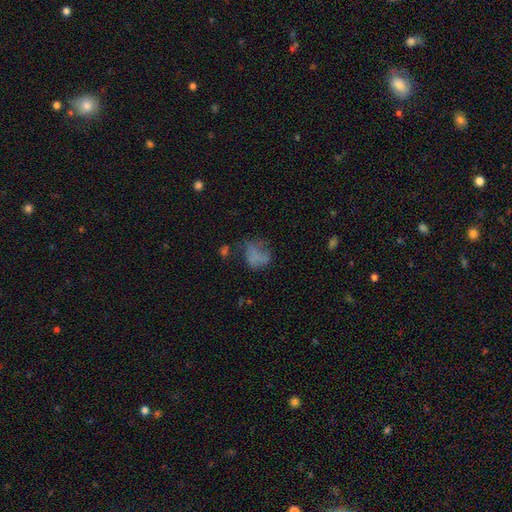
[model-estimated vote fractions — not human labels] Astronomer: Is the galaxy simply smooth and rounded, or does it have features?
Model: smooth — 61%.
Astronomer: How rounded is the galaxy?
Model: in between — 56% (runner-up: round, 43%).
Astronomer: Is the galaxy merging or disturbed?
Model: none — 35% (runner-up: major disturbance, 34%).